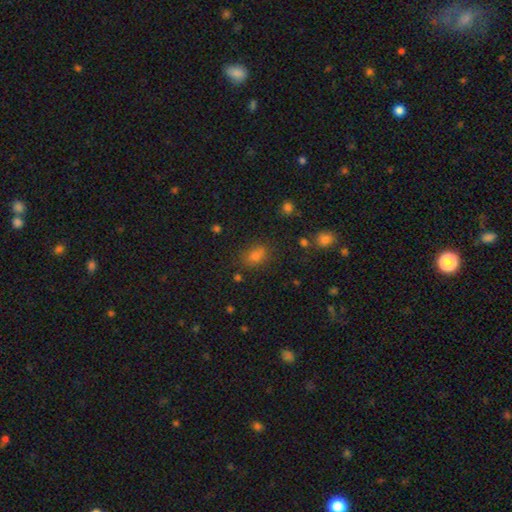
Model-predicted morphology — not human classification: Q: Smooth or featured?
A: smooth (66%); runner-up: star or artifact (24%)
Q: How rounded?
A: in between (63%); runner-up: round (35%)
Q: Merging?
A: none (75%); runner-up: minor disturbance (14%)